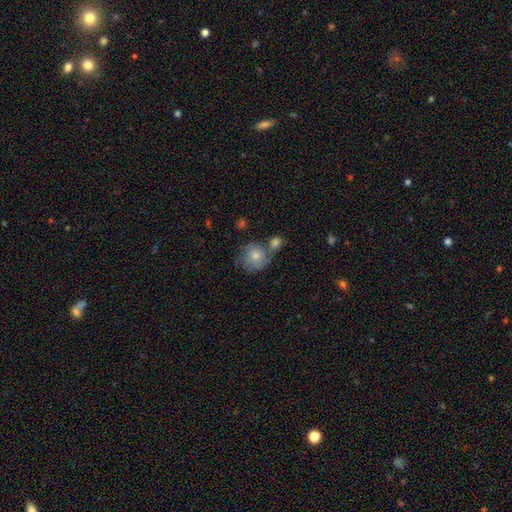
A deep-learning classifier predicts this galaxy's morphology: Overall: smooth (77%). How rounded: round (86%). Merging: none (48%; merger 31%).